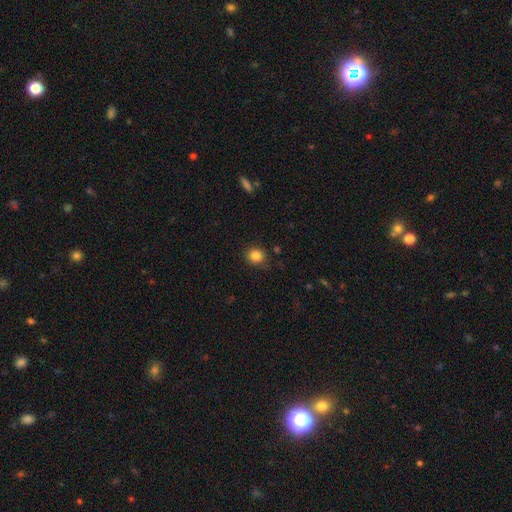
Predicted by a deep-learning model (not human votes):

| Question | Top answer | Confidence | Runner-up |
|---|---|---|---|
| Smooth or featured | smooth | 85% | star or artifact (11%) |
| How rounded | round | 84% | in between (15%) |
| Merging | none | 84% | minor disturbance (12%) |